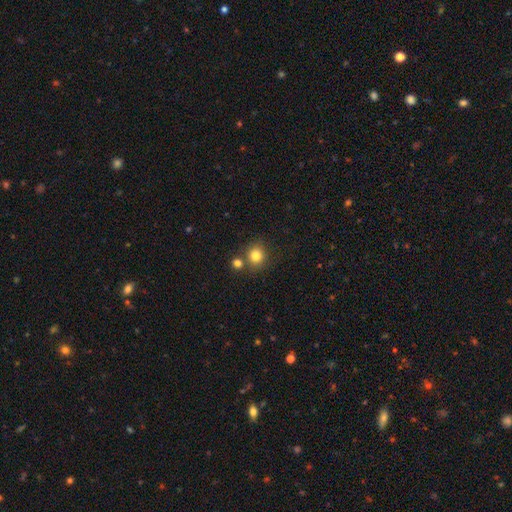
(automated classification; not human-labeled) smooth-or-featured: smooth: 81% | star or artifact: 12% | featured or disk: 7%
  how-rounded: round: 86% | in between: 13% | cigar-shaped: 1%
  merging: none: 72% | merger: 16% | minor disturbance: 9% | major disturbance: 3%